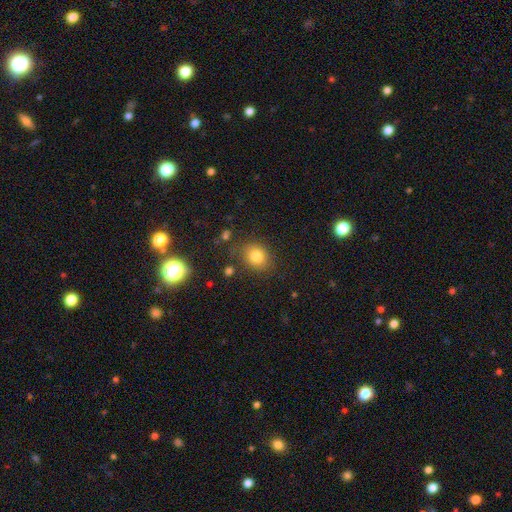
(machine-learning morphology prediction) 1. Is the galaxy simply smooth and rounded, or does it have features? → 80% smooth, 12% star or artifact, 8% featured or disk.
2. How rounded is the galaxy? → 56% round, 43% in between, 1% cigar-shaped.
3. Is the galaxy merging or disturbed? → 79% none, 14% minor disturbance, 5% major disturbance, 3% merger.